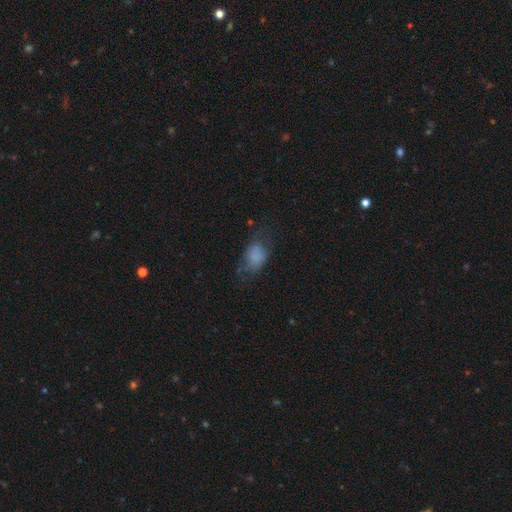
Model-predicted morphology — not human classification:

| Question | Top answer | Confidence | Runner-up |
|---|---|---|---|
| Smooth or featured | smooth | 74% | featured or disk (15%) |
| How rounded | in between | 82% | round (17%) |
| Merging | none | 46% | minor disturbance (29%) |